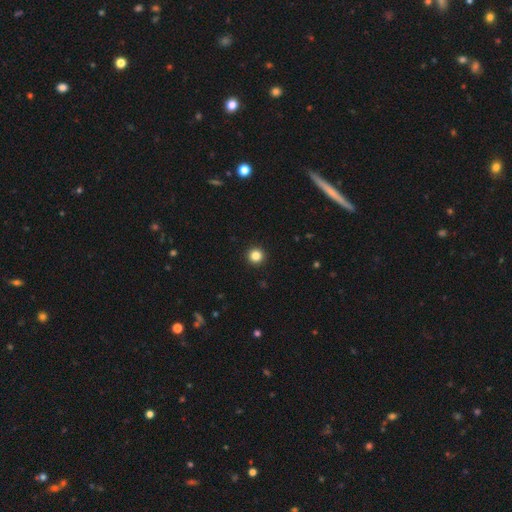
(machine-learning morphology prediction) smooth 85%, star or artifact 12%, featured or disk 4%. Down the decision tree: how rounded — round (96%); merging — none (94%).